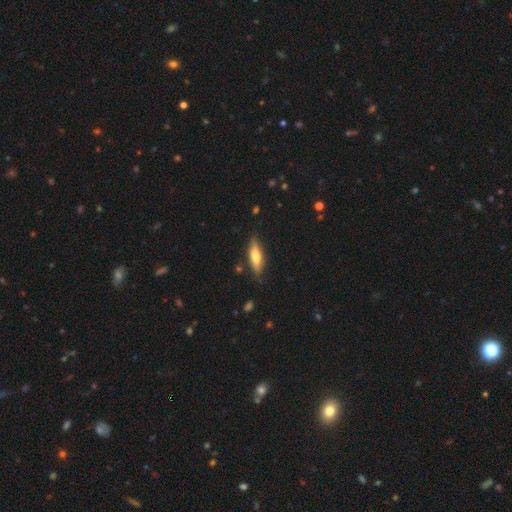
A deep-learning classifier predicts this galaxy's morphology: smooth-or-featured: smooth: 61% | featured or disk: 34% | star or artifact: 6%
  how-rounded: cigar-shaped: 58% | in between: 40% | round: 2%
  merging: none: 81% | minor disturbance: 14% | major disturbance: 3% | merger: 2%